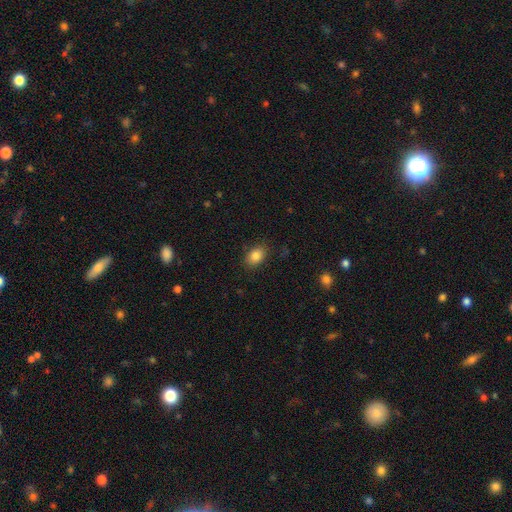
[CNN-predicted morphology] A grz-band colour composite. It shows a smooth galaxy with no disk features (85%) that is in between round and cigar-shaped (80%). Merging: none (85%).